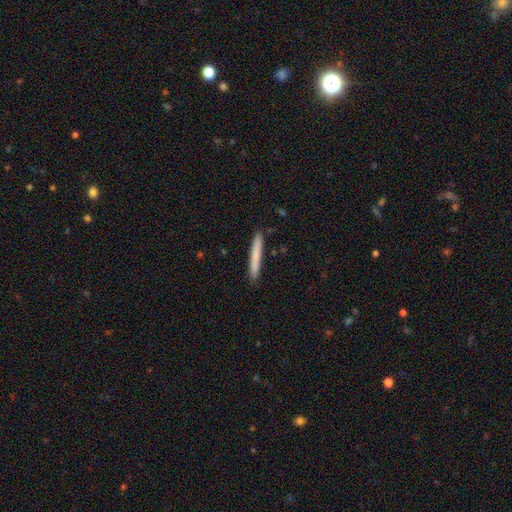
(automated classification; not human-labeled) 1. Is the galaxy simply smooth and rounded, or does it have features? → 73% smooth, 21% featured or disk, 6% star or artifact.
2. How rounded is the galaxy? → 97% cigar-shaped, 2% in between, 1% round.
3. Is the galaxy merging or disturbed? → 90% none, 7% minor disturbance, 1% merger, 1% major disturbance.